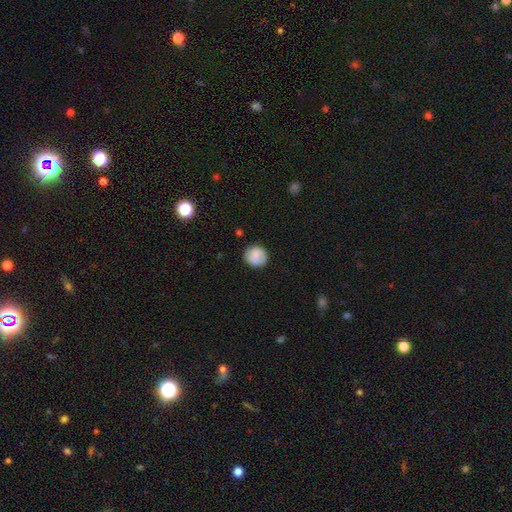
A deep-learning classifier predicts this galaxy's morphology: Smooth or featured: smooth — 75% (featured or disk — 17%)
How rounded: round — 86% (in between — 13%)
Merging: none — 79% (minor disturbance — 15%)